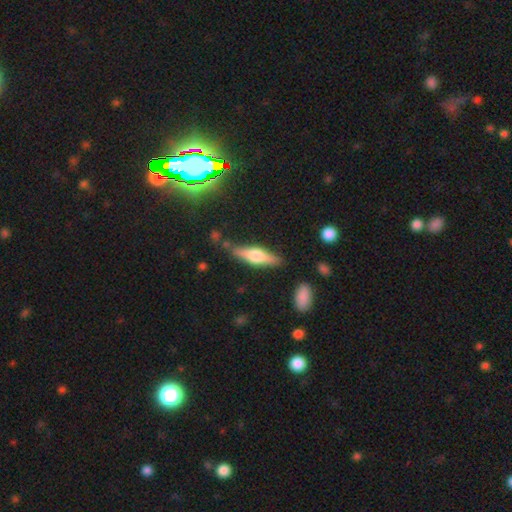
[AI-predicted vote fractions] A featured or disk galaxy (52%) viewed edge-on (93%). Merging: none (81%).